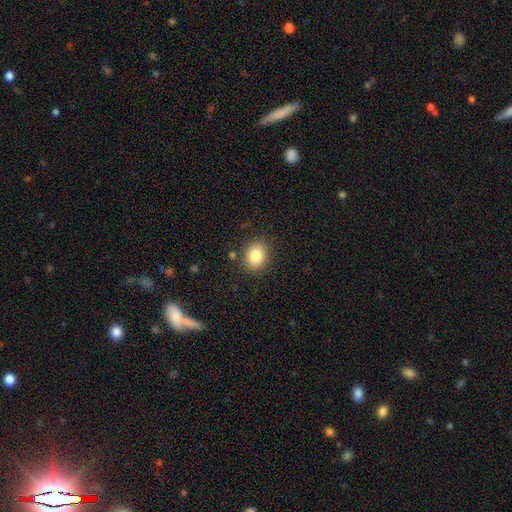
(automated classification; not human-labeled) This appears to be a smooth galaxy with no disk features (82%) that is round (54%). Merging: none (86%).